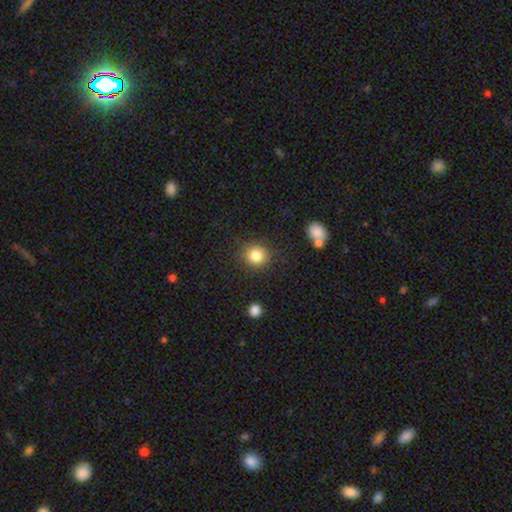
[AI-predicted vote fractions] Overall: smooth (83%). How rounded: round (88%). Merging: none (87%).